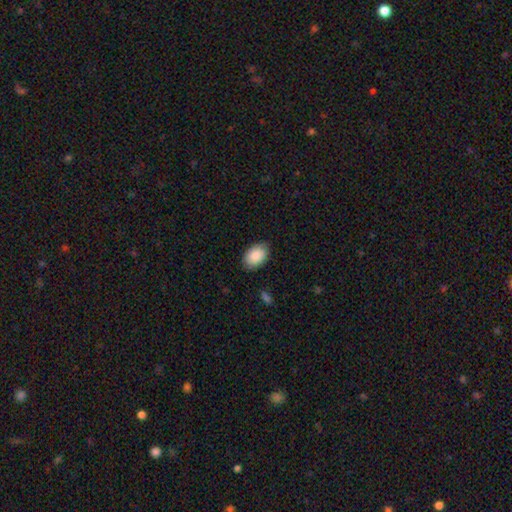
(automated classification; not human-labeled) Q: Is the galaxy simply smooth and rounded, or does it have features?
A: smooth — 90%.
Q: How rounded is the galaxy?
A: in between — 89%.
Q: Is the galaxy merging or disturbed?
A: none — 82%.